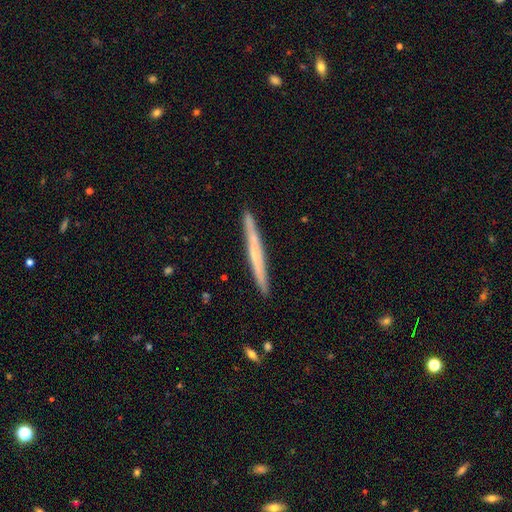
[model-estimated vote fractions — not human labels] This appears to be a featured or disk galaxy (52%) viewed edge-on (96%). Merging: none (91%).